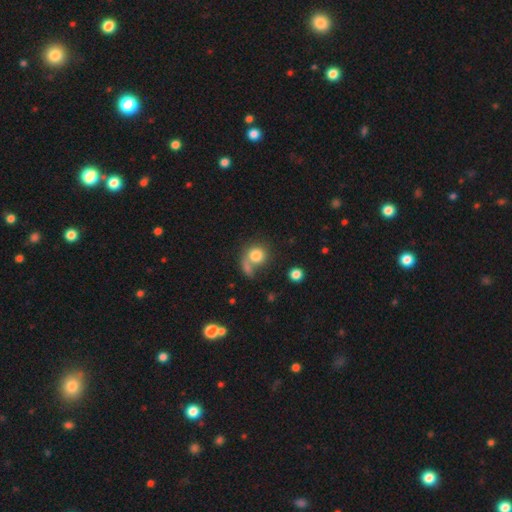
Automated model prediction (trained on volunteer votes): smooth_or_featured: smooth (p=0.79) [alt: featured or disk p=0.11]
how_rounded: round (p=0.83) [alt: in between p=0.16]
merging: none (p=0.42) [alt: merger p=0.33]